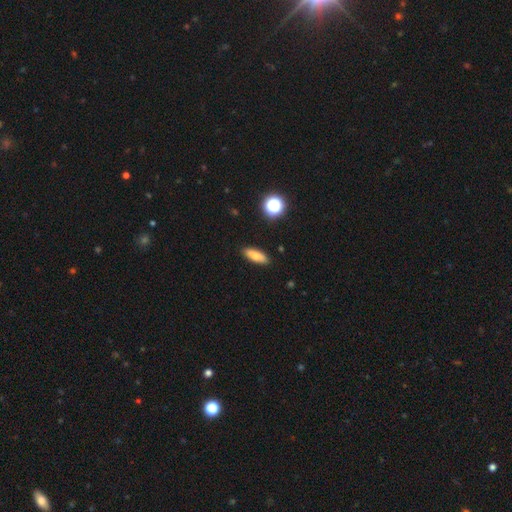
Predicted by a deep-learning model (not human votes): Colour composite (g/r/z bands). It shows a smooth galaxy with no disk features (78%) that is in between round and cigar-shaped (56%). Merging: none (89%).